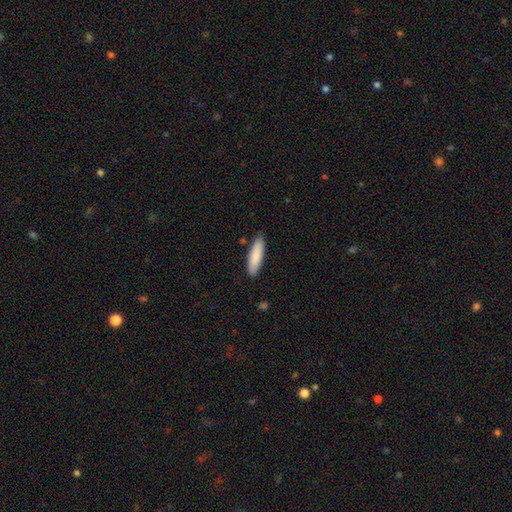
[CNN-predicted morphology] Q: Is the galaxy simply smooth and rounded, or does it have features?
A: smooth — 86%.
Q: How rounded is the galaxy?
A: cigar-shaped — 62%.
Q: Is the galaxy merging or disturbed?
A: none — 85%.